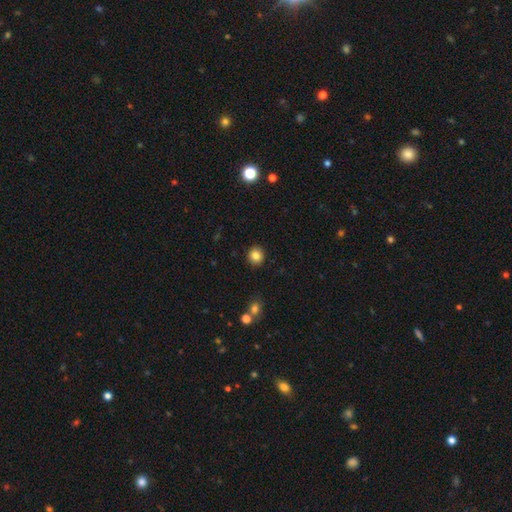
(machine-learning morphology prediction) Smooth or featured: smooth — 84% (star or artifact — 11%)
How rounded: round — 88% (in between — 11%)
Merging: none — 91% (minor disturbance — 6%)